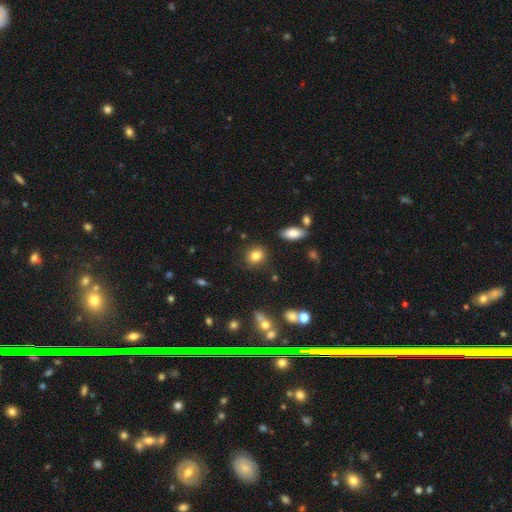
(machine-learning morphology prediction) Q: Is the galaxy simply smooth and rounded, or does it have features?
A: smooth — 83%.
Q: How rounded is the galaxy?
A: round — 62%.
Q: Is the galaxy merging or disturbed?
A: none — 84%.